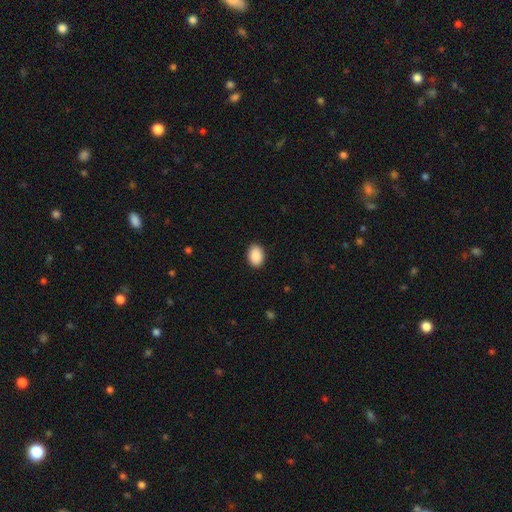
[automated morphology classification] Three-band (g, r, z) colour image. It shows a smooth galaxy with no disk features (90%) that is in between round and cigar-shaped (80%). Merging: none (90%).